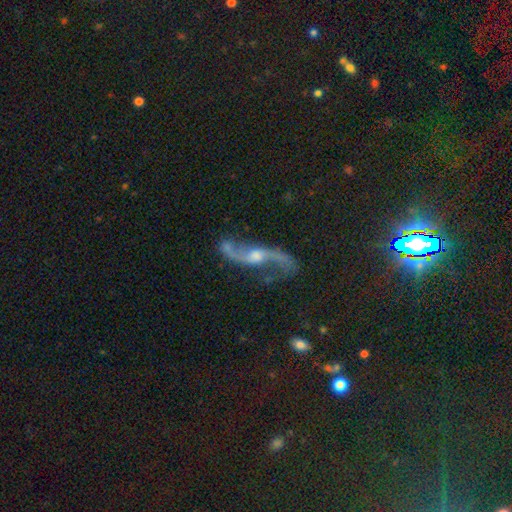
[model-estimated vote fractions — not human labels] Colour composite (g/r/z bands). It shows a featured or disk galaxy (85%) with no bar (54%), 2 (94%) loose (87%) spiral arms (96%) and a moderate central bulge (55%). Merging: none (75%).